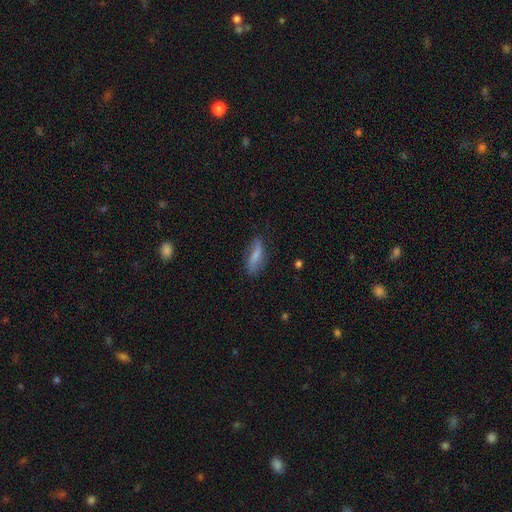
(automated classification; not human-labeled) Smooth or featured? Predicted: smooth (p=0.55). How rounded? Predicted: in between (p=0.51). Merging? Predicted: none (p=0.64).